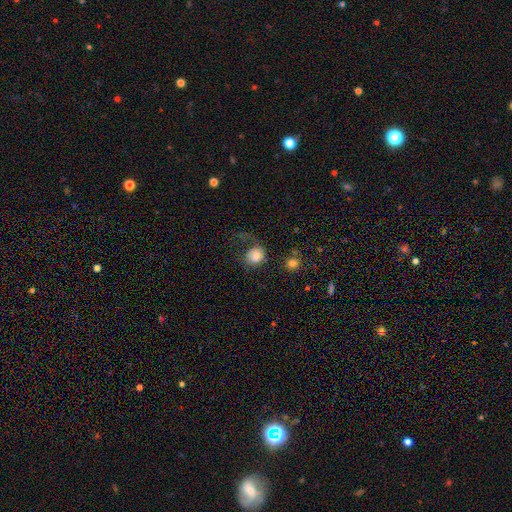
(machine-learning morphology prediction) This appears to be a smooth galaxy with no disk features (79%) that is round (74%). Merging: none (44%).